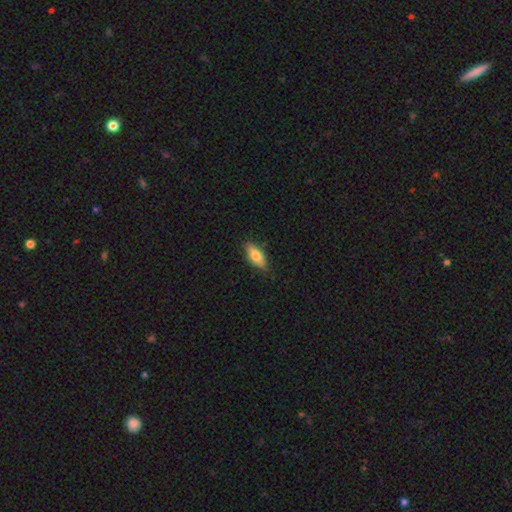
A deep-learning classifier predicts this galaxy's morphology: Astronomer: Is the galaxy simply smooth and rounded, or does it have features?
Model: smooth — 69%.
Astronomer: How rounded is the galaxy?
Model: in between — 70%.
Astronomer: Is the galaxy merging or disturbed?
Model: none — 84%.